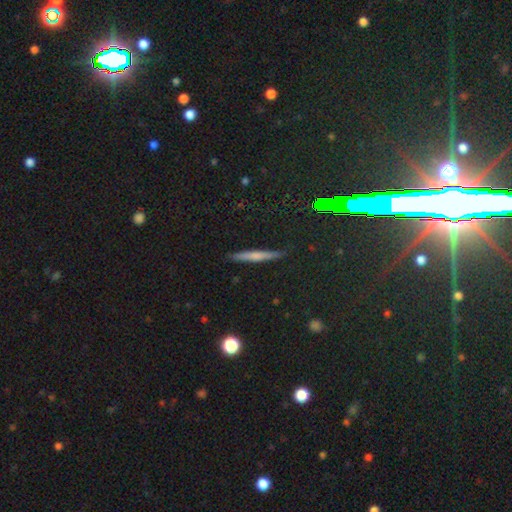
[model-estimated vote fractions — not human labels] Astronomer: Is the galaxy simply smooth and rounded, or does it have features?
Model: smooth — 53% (runner-up: featured or disk, 34%).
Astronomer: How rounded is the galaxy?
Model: cigar-shaped — 92%.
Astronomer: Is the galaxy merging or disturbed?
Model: none — 89%.